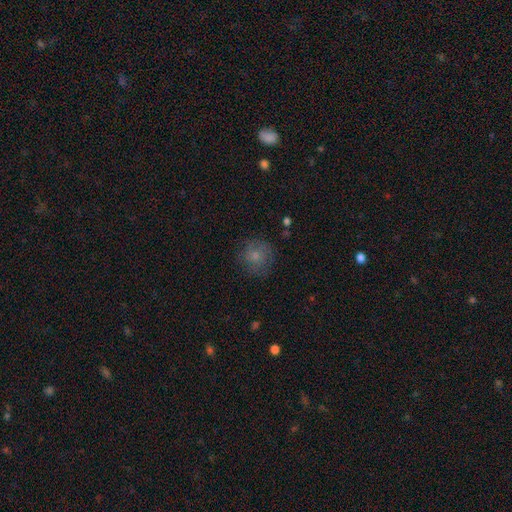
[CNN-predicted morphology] smooth-or-featured: smooth: 74% | featured or disk: 16% | star or artifact: 10%
  how-rounded: round: 90% | in between: 9% | cigar-shaped: 1%
  merging: none: 74% | minor disturbance: 17% | major disturbance: 7% | merger: 1%